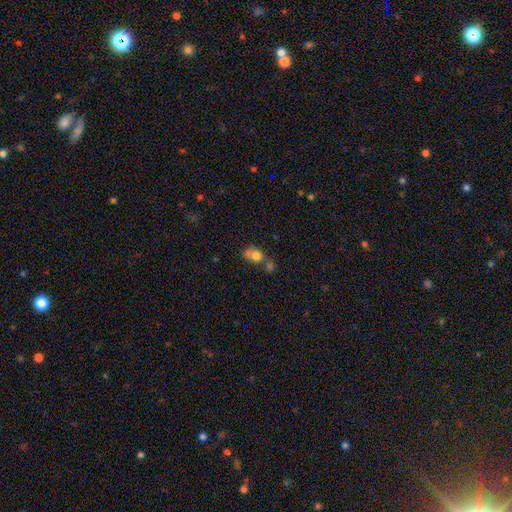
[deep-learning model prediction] smooth 72%, featured or disk 15%, star or artifact 12%. Down the decision tree: how rounded — round (57%); merging — merger (47%).